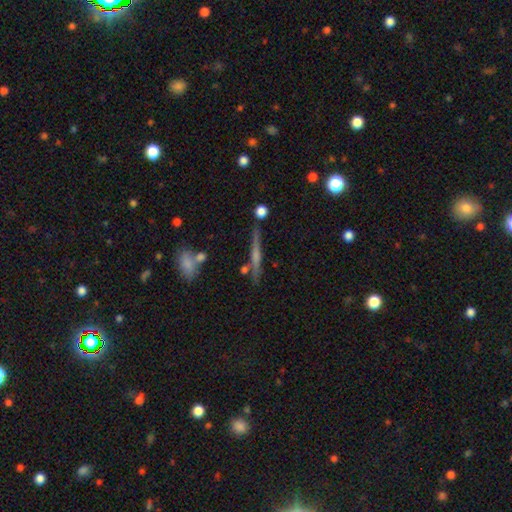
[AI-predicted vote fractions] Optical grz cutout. It shows a featured or disk galaxy (65%) viewed edge-on (97%) with a rounded central bulge (56%). Merging: none (83%).